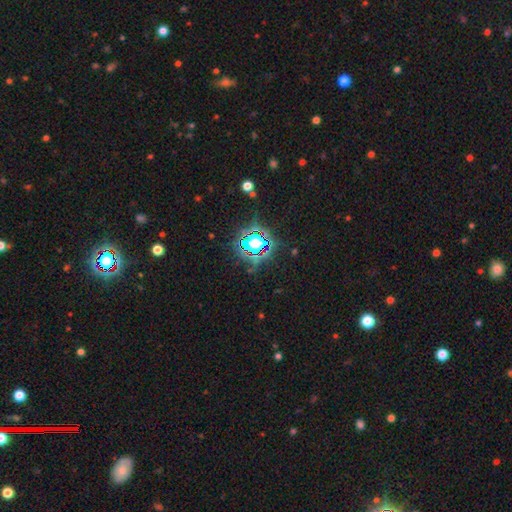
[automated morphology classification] smooth_or_featured: star or artifact (p=0.73) [alt: smooth p=0.17]